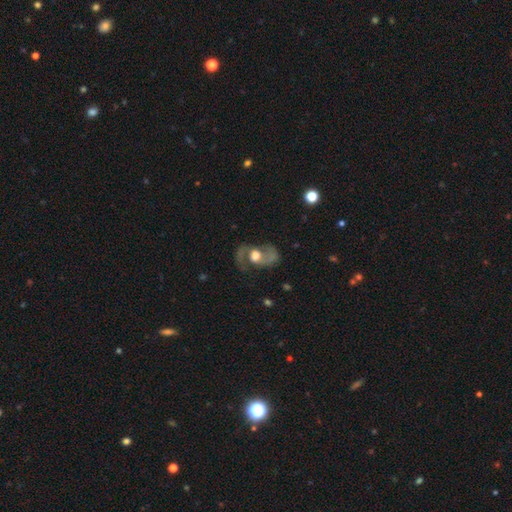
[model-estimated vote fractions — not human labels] Smooth or featured: featured or disk — 70% (smooth — 22%)
Edge-on disk: no — 96% (yes — 4%)
Bar: no — 66% (weak — 26%)
Spiral arms: yes — 78% (no — 22%)
Spiral winding: loose — 51% (medium — 39%)
Spiral arm count: 2 — 87% (1 — 6%)
Bulge size: large — 46% (moderate — 41%)
Merging: none — 55% (major disturbance — 24%)